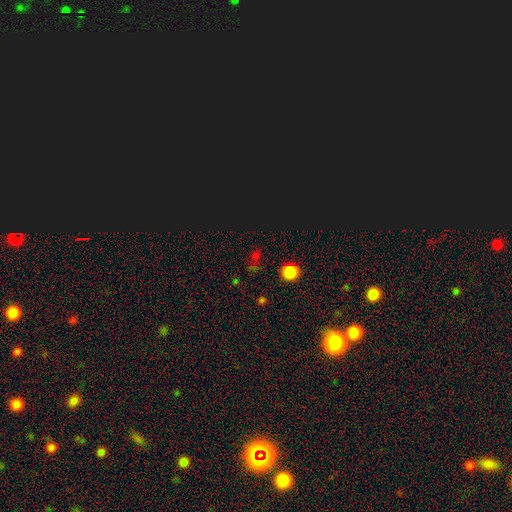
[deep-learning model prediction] This appears to be a star or artifact, not a galaxy (57%).